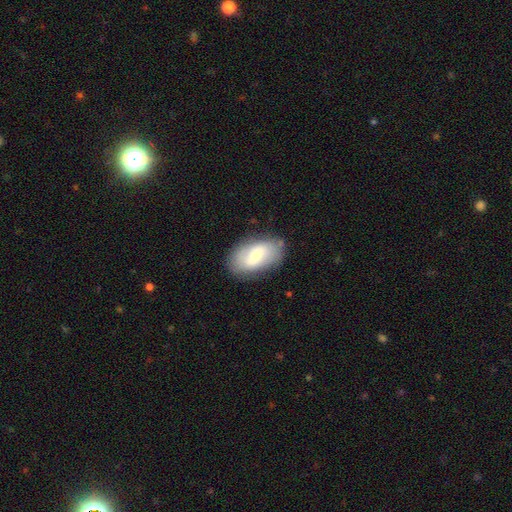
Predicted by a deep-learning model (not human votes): A smooth galaxy with no disk features (59%) that is in between round and cigar-shaped (93%).

Vote fractions:
- Smooth or featured? smooth: 59% / featured or disk: 34% / star or artifact: 7%
- How rounded? in between: 93% / round: 4% / cigar-shaped: 3%
- Merging? none: 76% / minor disturbance: 17% / major disturbance: 5% / merger: 2%